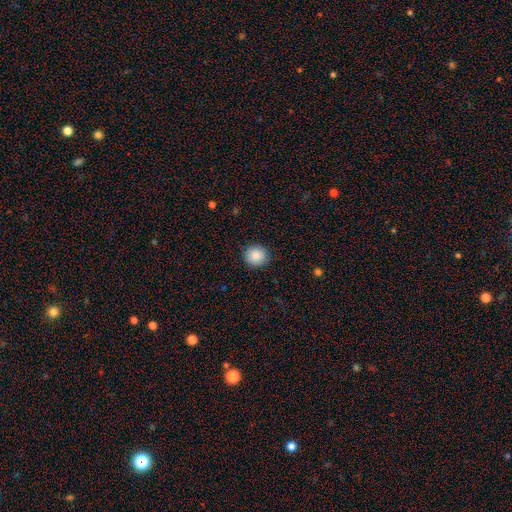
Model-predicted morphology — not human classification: Q: Smooth or featured?
A: smooth (88%); runner-up: star or artifact (8%)
Q: How rounded?
A: round (92%); runner-up: in between (7%)
Q: Merging?
A: none (91%); runner-up: minor disturbance (7%)